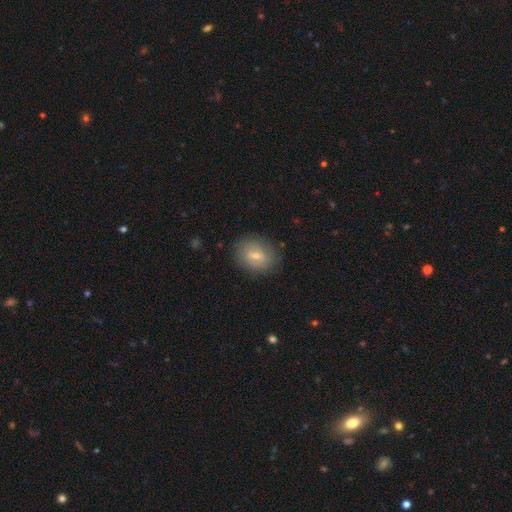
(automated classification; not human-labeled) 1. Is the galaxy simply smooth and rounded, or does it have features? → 61% smooth, 28% featured or disk, 12% star or artifact.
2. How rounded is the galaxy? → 52% in between, 47% round, 1% cigar-shaped.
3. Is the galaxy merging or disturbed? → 84% none, 11% minor disturbance, 3% major disturbance, 1% merger.